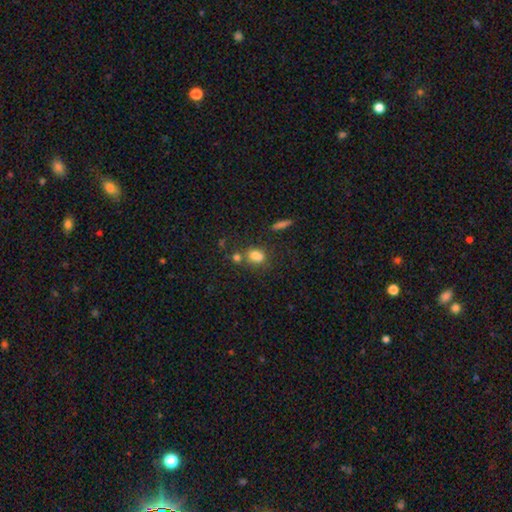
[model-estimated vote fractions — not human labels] The model was most divided on "merging": none: 49%, merger: 28%, minor disturbance: 16%, major disturbance: 7%. More confident: smooth or featured — smooth (76%); how rounded — in between (61%).